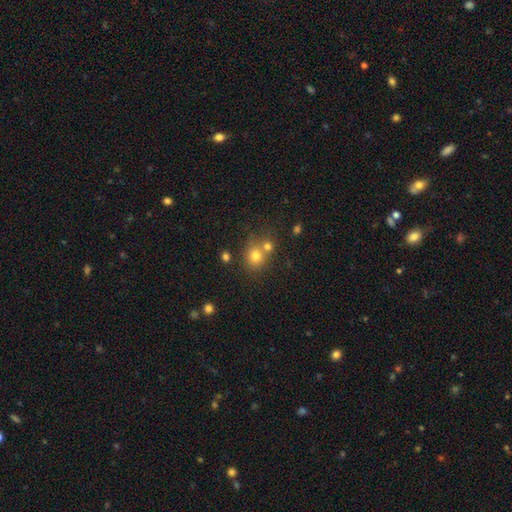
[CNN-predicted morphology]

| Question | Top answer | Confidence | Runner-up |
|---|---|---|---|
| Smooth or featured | smooth | 75% | star or artifact (15%) |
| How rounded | round | 78% | in between (21%) |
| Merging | none | 54% | merger (33%) |